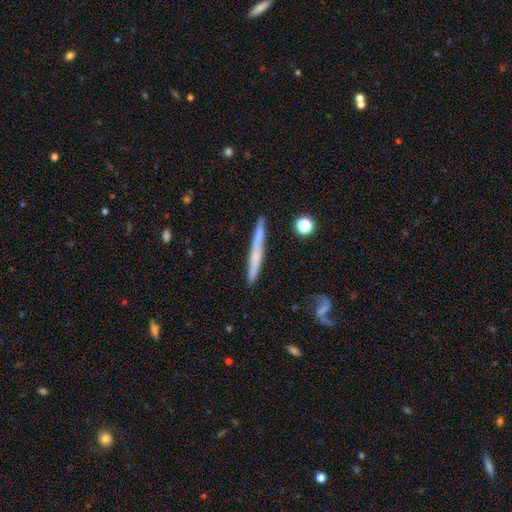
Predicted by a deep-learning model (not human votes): This appears to be a featured or disk galaxy (52%) viewed edge-on (93%). Merging: none (87%).